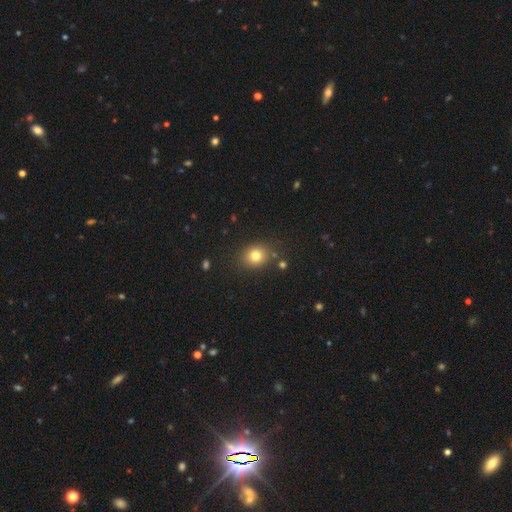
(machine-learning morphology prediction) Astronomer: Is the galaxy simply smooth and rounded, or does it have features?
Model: smooth — 79%.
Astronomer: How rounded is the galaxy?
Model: round — 62% (runner-up: in between, 37%).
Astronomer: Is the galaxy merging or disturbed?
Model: none — 82%.